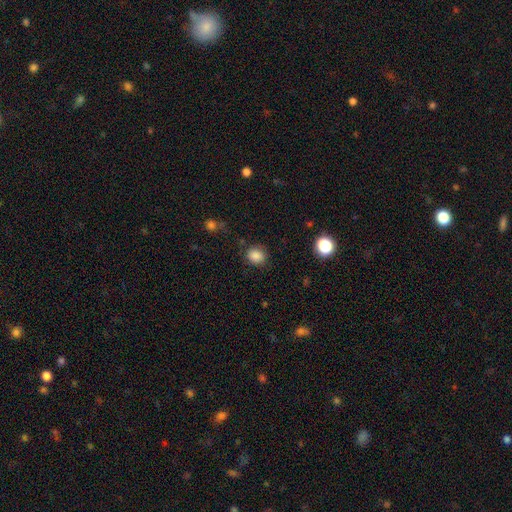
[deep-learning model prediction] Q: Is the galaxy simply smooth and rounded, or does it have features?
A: smooth — 85%.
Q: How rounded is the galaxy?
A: round — 73%.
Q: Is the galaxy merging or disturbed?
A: none — 83%.